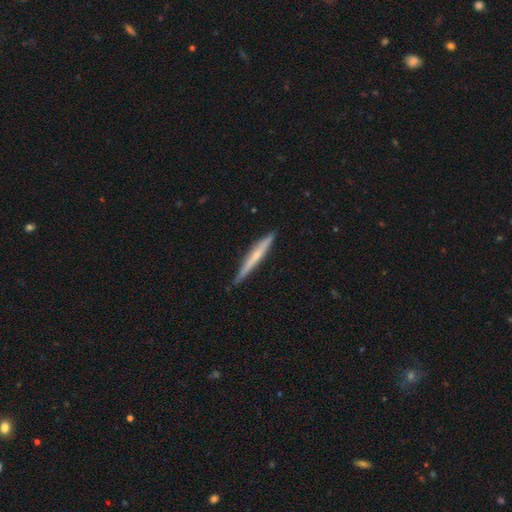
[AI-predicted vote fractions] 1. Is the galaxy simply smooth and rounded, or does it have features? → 54% featured or disk, 41% smooth, 5% star or artifact.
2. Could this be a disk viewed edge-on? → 97% yes, 3% no.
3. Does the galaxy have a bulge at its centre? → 48% rounded, 46% none, 5% boxy.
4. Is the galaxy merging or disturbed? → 87% none, 11% minor disturbance, 1% major disturbance, 1% merger.